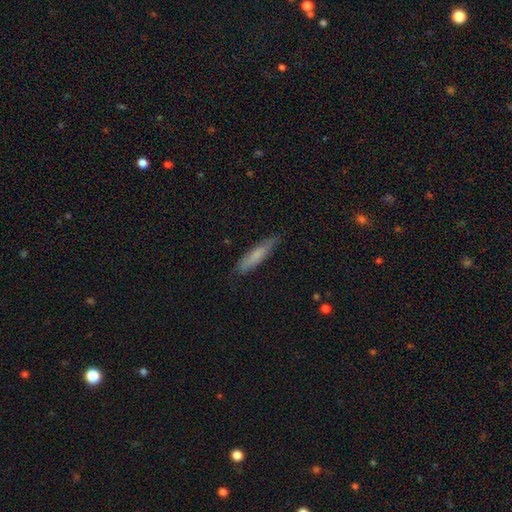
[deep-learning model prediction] The model was most divided on "smooth or featured": smooth: 69%, featured or disk: 25%, star or artifact: 6%. More confident: how rounded — cigar-shaped (86%); merging — none (82%).